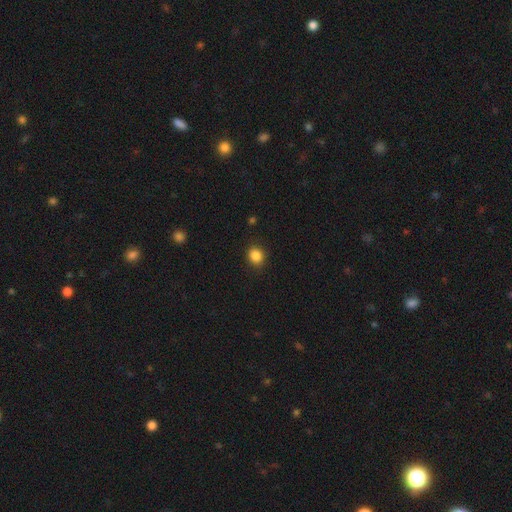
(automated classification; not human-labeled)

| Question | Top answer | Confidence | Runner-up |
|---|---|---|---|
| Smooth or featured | smooth | 86% | star or artifact (11%) |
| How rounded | round | 73% | in between (26%) |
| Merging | none | 87% | minor disturbance (9%) |